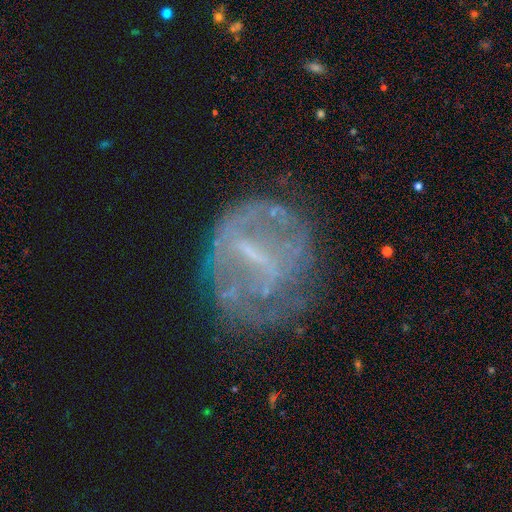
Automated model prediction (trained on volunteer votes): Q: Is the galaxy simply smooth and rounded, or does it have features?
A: featured or disk — 70%.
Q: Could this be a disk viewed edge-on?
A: no — 96%.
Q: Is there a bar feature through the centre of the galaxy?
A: strong — 43%.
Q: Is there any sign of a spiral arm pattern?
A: no — 56%.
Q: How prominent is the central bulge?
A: small — 41%.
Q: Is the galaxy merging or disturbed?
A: none — 60%.